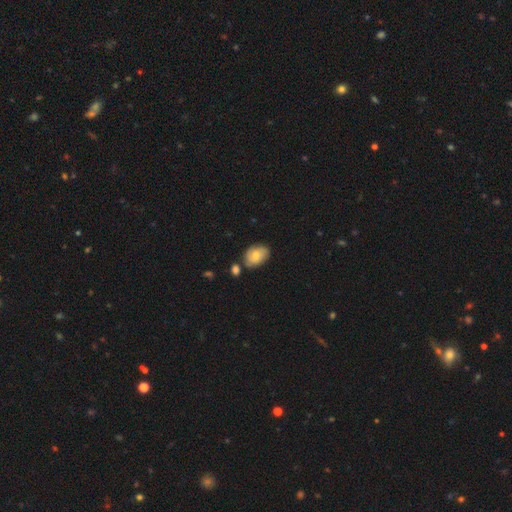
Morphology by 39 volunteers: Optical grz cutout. It shows a smooth galaxy with no disk features (46%, tied with featured or disk) that is in between round and cigar-shaped (83%). Merging: none (53%).